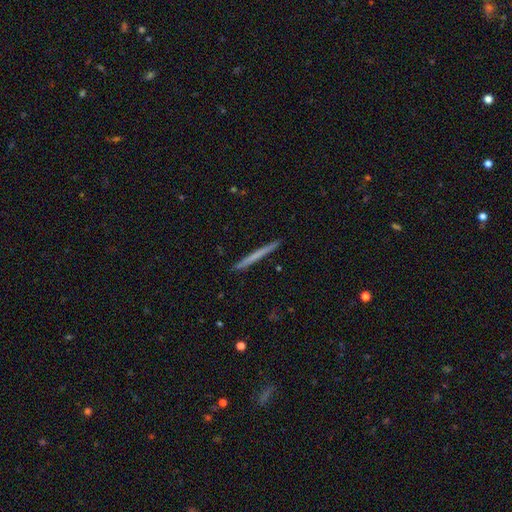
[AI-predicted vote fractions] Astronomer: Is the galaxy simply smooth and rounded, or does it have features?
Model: smooth — 59% (runner-up: featured or disk, 36%).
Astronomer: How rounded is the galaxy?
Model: cigar-shaped — 97%.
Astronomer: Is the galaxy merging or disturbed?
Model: none — 93%.